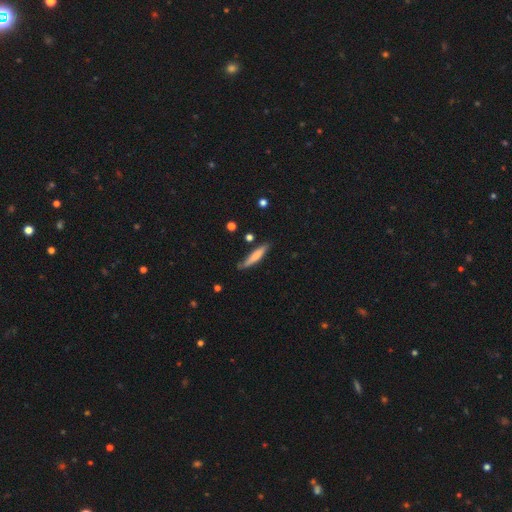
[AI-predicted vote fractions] This is likely a smooth galaxy (65%). How rounded: clearly cigar-shaped (88%). Merging: likely none (75%).